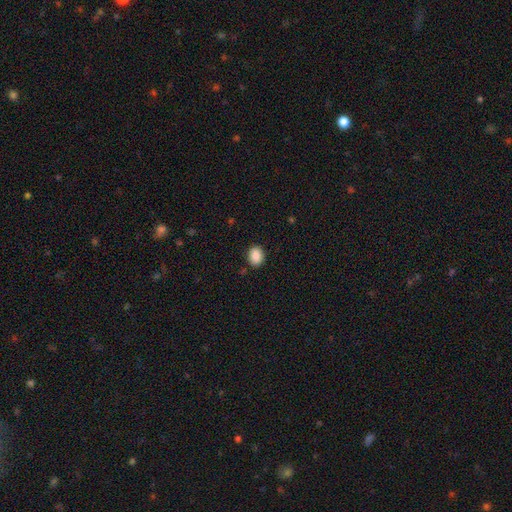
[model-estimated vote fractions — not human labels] This is clearly a smooth galaxy (89%). How rounded: likely in between (65%). Merging: clearly none (86%).